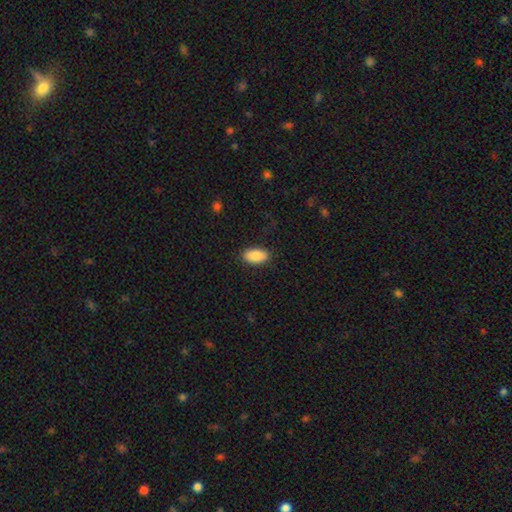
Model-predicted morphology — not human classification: Smooth or featured? Predicted: smooth (p=0.89). How rounded? Predicted: in between (p=0.94). Merging? Predicted: none (p=0.88).